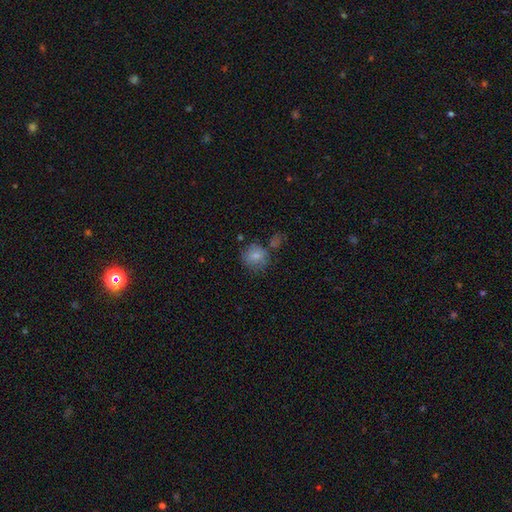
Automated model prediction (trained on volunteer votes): The model was most divided on "merging": none: 63%, minor disturbance: 17%, merger: 13%, major disturbance: 7%. More confident: how rounded — round (82%); smooth or featured — smooth (79%).